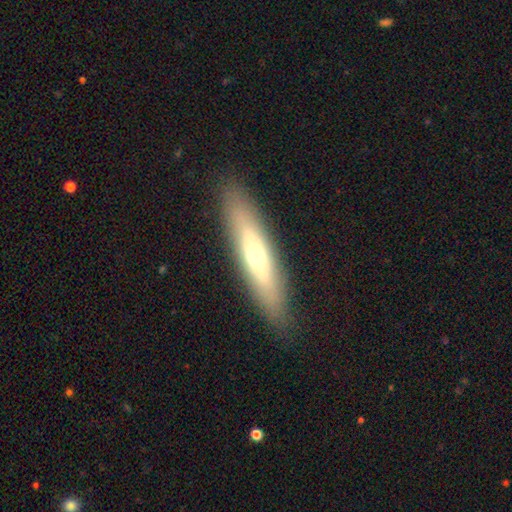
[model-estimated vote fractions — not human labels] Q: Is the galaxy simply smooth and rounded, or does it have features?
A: featured or disk — 50%.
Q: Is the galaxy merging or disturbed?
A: none — 87%.